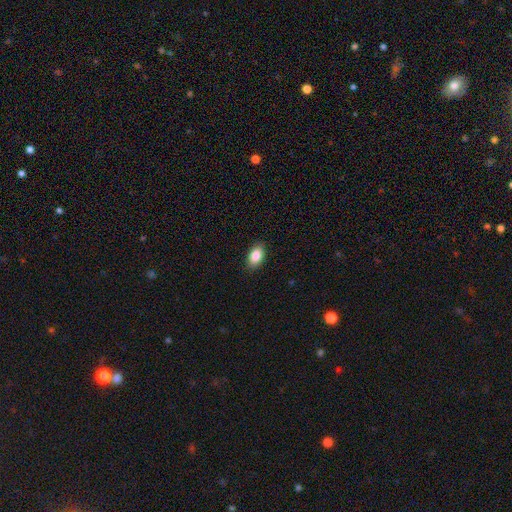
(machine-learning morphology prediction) Smooth or featured? Predicted: smooth (p=0.86). How rounded? Predicted: in between (p=0.90). Merging? Predicted: none (p=0.88).